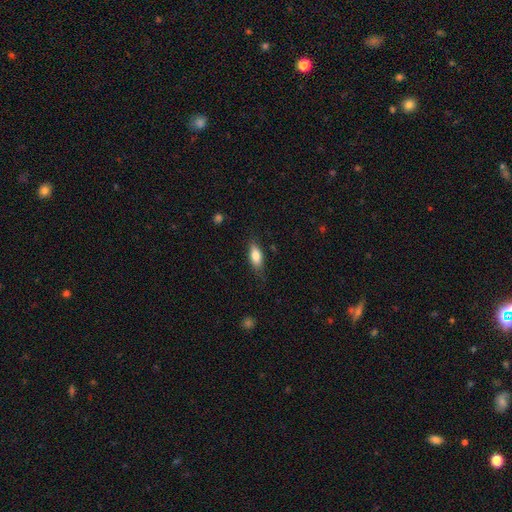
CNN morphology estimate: This appears to be a smooth galaxy with no disk features (78%) that is in between round and cigar-shaped (78%). Merging: none (75%).